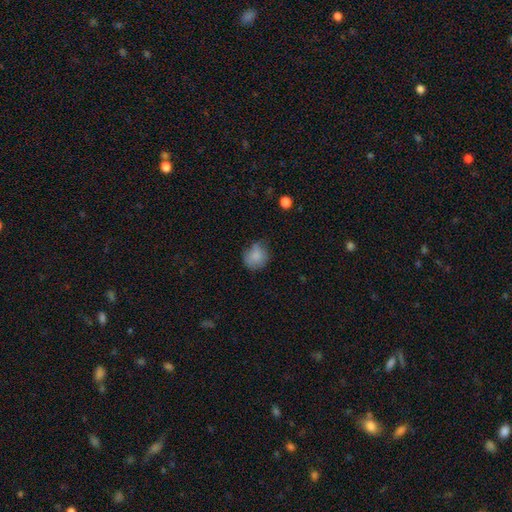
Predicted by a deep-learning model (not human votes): smooth_or_featured: smooth (p=0.81) [alt: featured or disk p=0.10]
how_rounded: round (p=0.78) [alt: in between p=0.21]
merging: none (p=0.57) [alt: minor disturbance p=0.31]